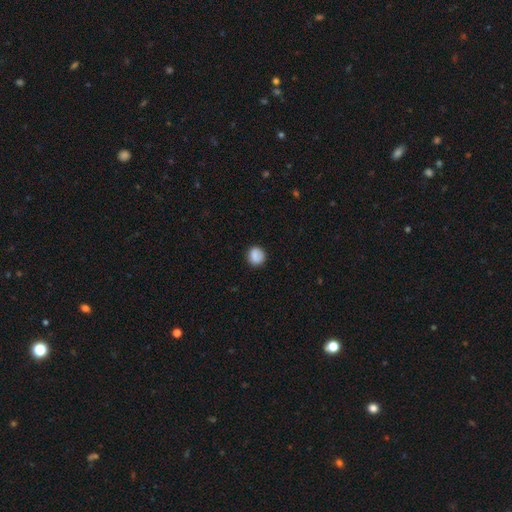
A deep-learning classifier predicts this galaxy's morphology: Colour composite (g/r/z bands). It shows a smooth galaxy with no disk features (85%) that is round (87%). Merging: none (86%).